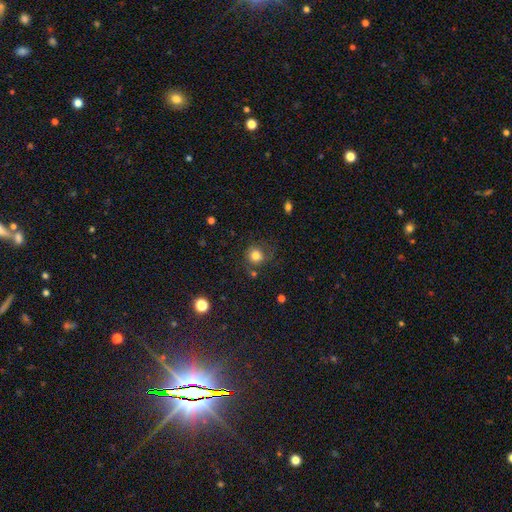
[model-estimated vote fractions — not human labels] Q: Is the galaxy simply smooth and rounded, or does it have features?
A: smooth — 79%.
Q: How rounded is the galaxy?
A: round — 87%.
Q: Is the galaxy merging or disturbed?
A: none — 67%.